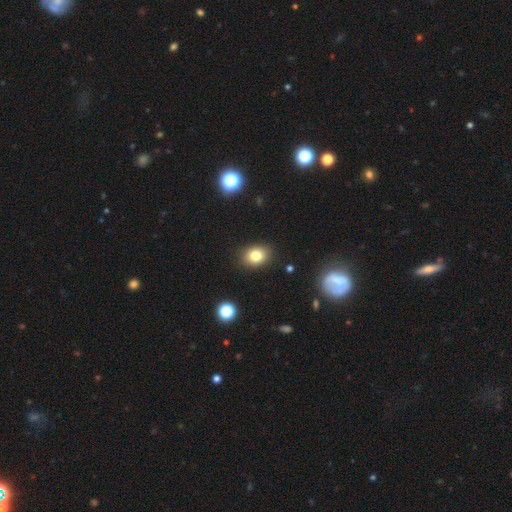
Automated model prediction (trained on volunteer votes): A smooth galaxy with no disk features (80%) that is in between round and cigar-shaped (58%).

Vote fractions:
- Smooth or featured? smooth: 80% / star or artifact: 11% / featured or disk: 8%
- How rounded? in between: 58% / round: 41% / cigar-shaped: 1%
- Merging? none: 88% / minor disturbance: 9% / major disturbance: 2% / merger: 1%